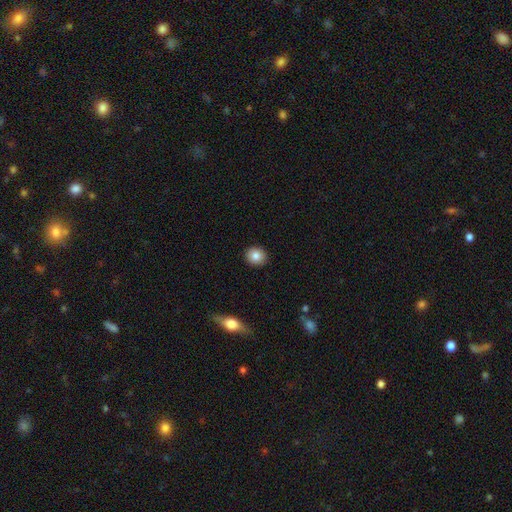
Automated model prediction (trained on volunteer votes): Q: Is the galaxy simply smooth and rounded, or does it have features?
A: smooth — 84%.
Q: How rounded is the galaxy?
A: round — 83%.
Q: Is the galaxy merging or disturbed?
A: none — 92%.